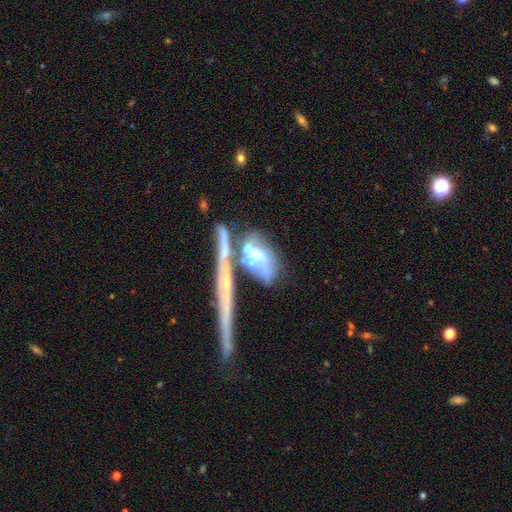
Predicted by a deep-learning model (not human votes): Smooth or featured? featured or disk (54%)
Edge-on disk? no (61%)
Merging? merger (48%)